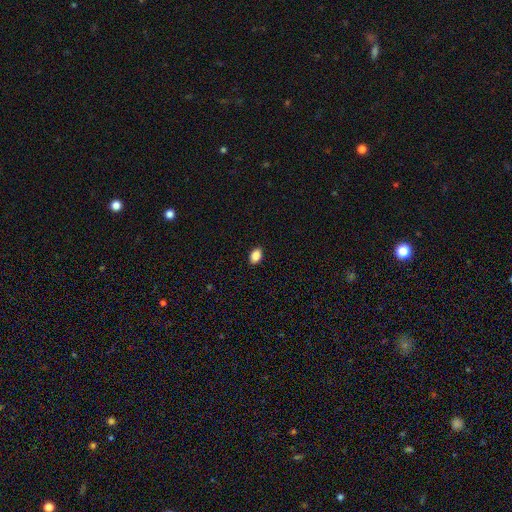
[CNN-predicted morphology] smooth 87%, star or artifact 8%, featured or disk 4%. Down the decision tree: how rounded — in between (84%); merging — none (90%).